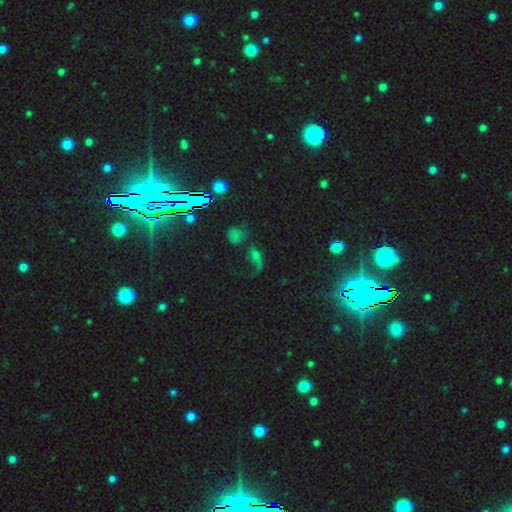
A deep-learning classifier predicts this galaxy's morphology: Smooth or featured: star or artifact — 42% (smooth — 30%)